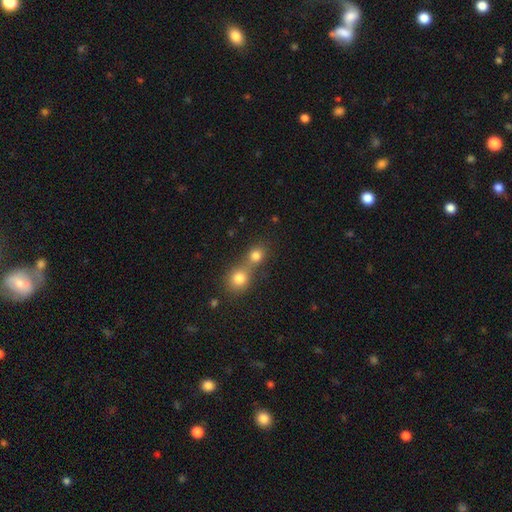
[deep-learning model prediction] smooth 79%, star or artifact 13%, featured or disk 8%. Down the decision tree: how rounded — round (81%); merging — merger (57%).